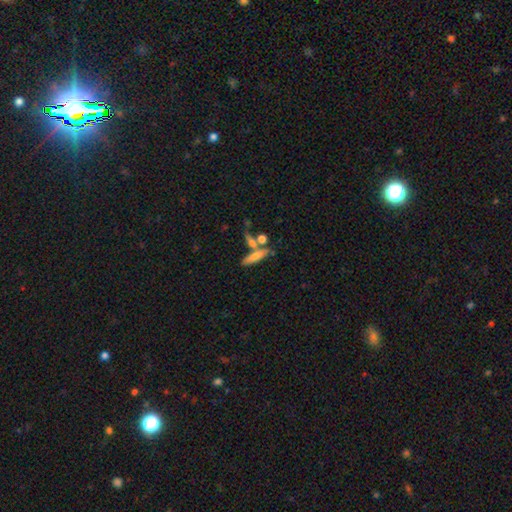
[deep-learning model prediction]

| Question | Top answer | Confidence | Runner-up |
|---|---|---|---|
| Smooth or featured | smooth | 66% | featured or disk (26%) |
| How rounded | cigar-shaped | 69% | in between (26%) |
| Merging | none | 54% | merger (28%) |